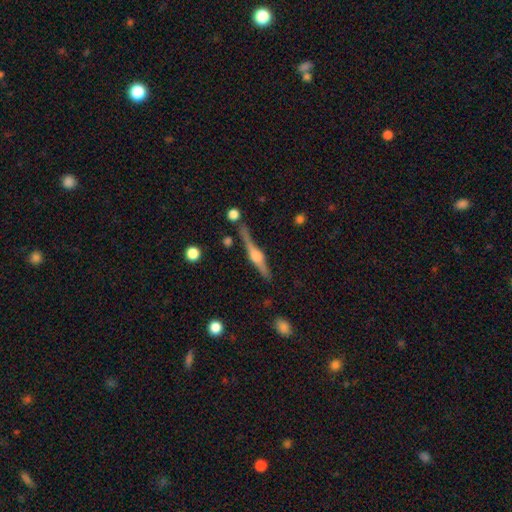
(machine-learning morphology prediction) Smooth or featured? featured or disk (80%)
Edge-on disk? yes (98%)
Edge-on bulge? rounded (90%)
Merging? none (80%)